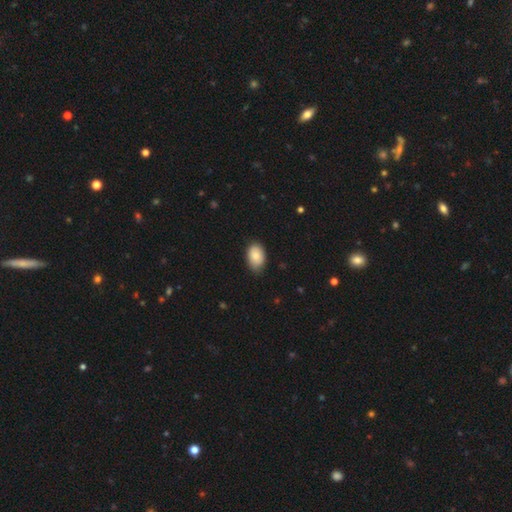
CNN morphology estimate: This is clearly a smooth galaxy (83%). How rounded: clearly in between (88%). Merging: likely none (77%).